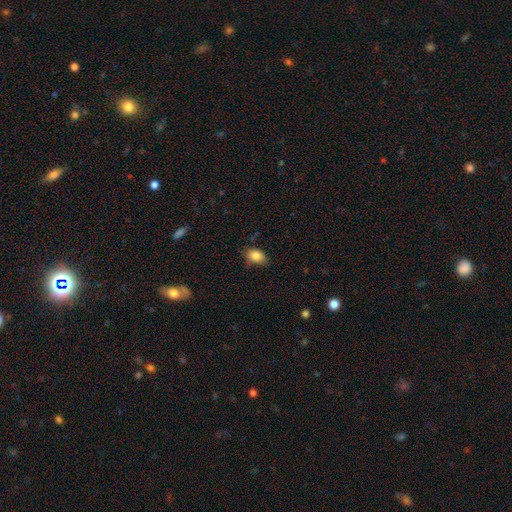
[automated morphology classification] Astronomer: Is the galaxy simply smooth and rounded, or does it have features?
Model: smooth — 84%.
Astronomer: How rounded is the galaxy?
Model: in between — 83%.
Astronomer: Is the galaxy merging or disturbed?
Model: none — 73%.